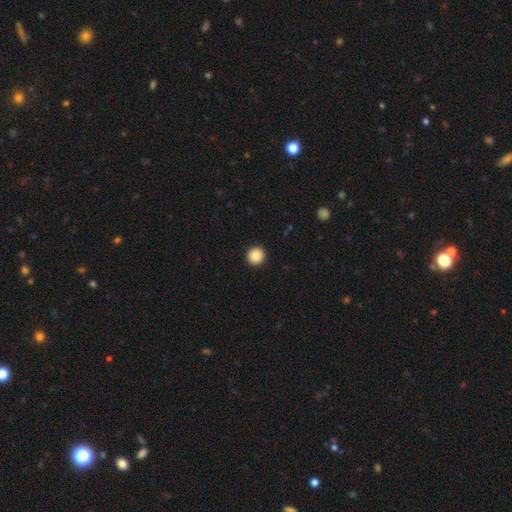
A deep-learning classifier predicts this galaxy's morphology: Smooth or featured? smooth (88%)
How rounded? round (94%)
Merging? none (93%)